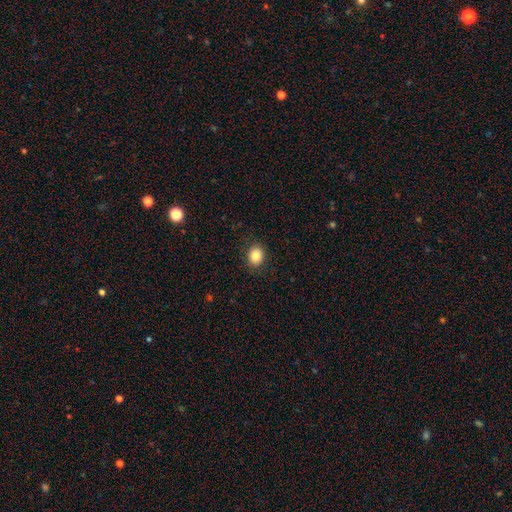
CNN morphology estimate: Overall: smooth (84%). How rounded: round (66%; in between 33%). Merging: none (89%).